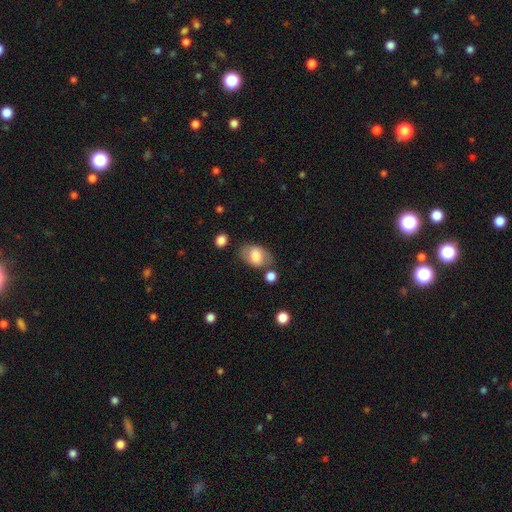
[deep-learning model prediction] smooth_or_featured: smooth (p=0.71) [alt: featured or disk p=0.22]
how_rounded: in between (p=0.85) [alt: round p=0.14]
merging: none (p=0.63) [alt: minor disturbance p=0.20]